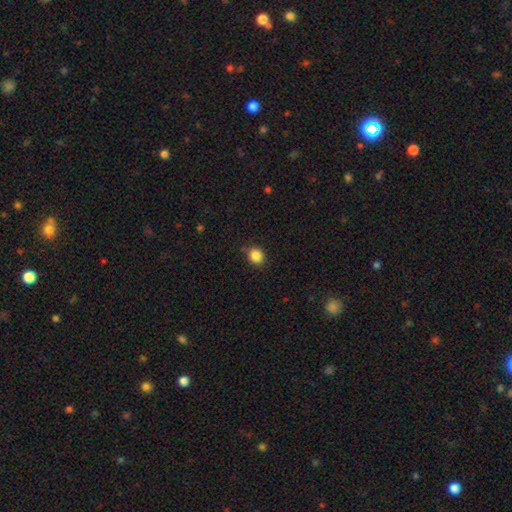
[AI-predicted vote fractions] Smooth or featured? Predicted: smooth (p=0.86). How rounded? Predicted: round (p=0.73). Merging? Predicted: none (p=0.84).